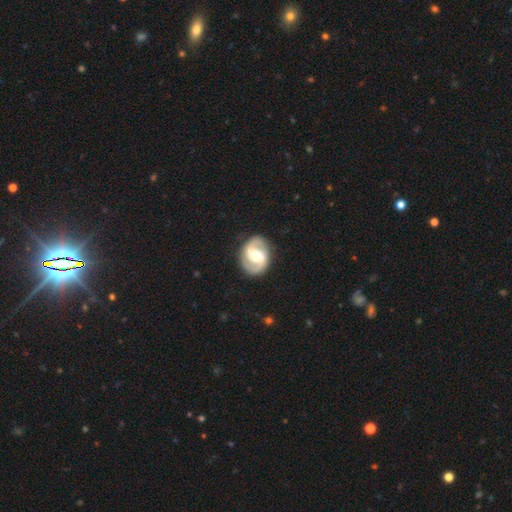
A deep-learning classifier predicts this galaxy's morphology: A featured or disk galaxy (87%) with a weak bar (44%), 2 (93%) medium (53%) spiral arms (95%) and a moderate central bulge (64%).

Vote fractions:
- Smooth or featured? featured or disk: 87% / smooth: 9% / star or artifact: 4%
- Edge-on disk? no: 98% / yes: 2%
- Bar? weak: 44% / strong: 36% / no: 20%
- Spiral arms? yes: 95% / no: 5%
- Spiral winding? medium: 53% / tight: 28% / loose: 19%
- Spiral arm count? 2: 93% / can't tell: 3% / 1: 1% / 3: 1% / 4: 1% / more than 4: 1%
- Bulge size? moderate: 64% / small: 25% / large: 9% / none: 2% / dominant: 1%
- Merging? none: 86% / minor disturbance: 10% / major disturbance: 3% / merger: 1%